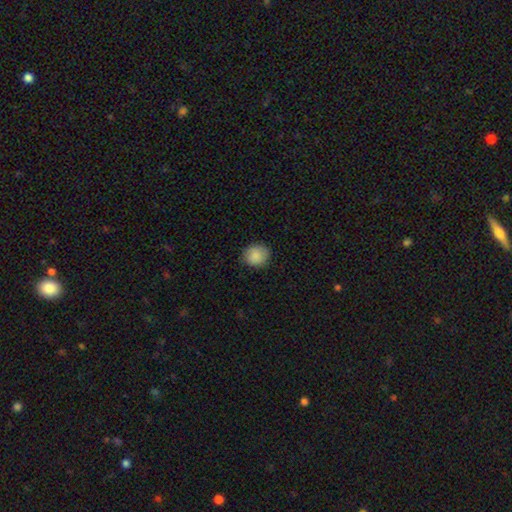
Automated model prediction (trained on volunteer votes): A smooth galaxy with no disk features (87%) that is round (78%). Merging: none (84%).